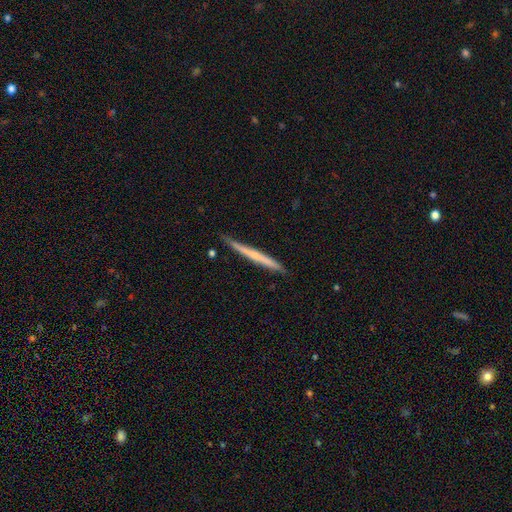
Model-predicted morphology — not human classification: Q: Smooth or featured?
A: featured or disk (53%); runner-up: smooth (41%)
Q: Edge-on disk?
A: yes (97%); runner-up: no (3%)
Q: Edge-on bulge?
A: none (65%); runner-up: rounded (30%)
Q: Merging?
A: none (85%); runner-up: minor disturbance (12%)